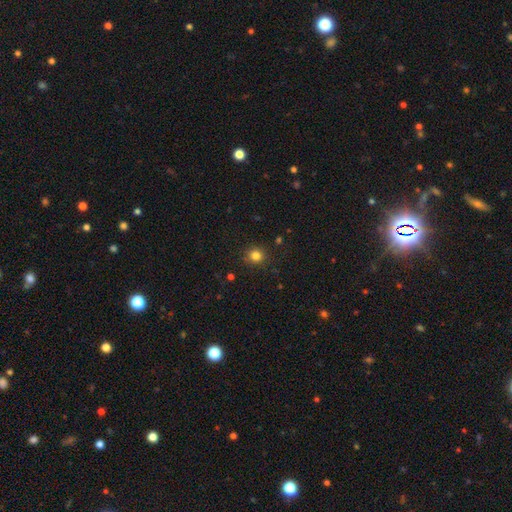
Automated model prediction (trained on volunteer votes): Overall: smooth (83%). How rounded: round (90%). Merging: none (89%).